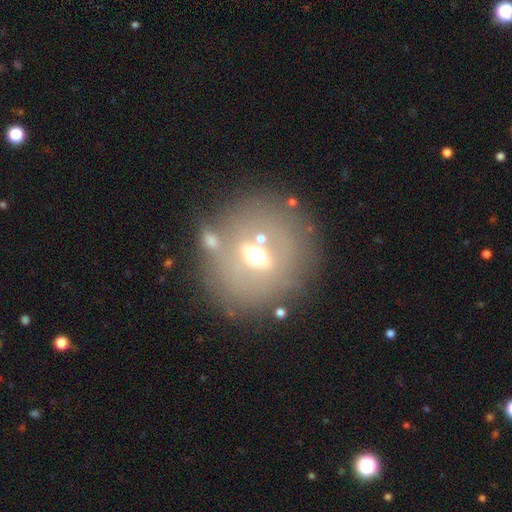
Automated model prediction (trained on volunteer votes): A smooth galaxy with no disk features (43%).

Vote fractions:
- Smooth or featured? smooth: 43% / featured or disk: 40% / star or artifact: 17%
- Merging? none: 66% / merger: 15% / minor disturbance: 12% / major disturbance: 7%